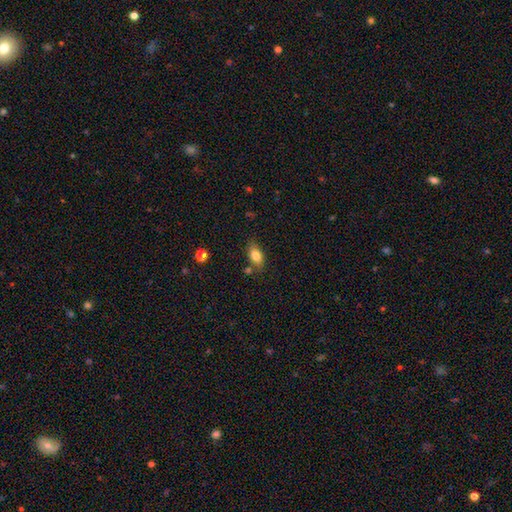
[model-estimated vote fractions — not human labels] Morphology: type=smooth (80%); roundness=in between (87%); merging=none (75%).